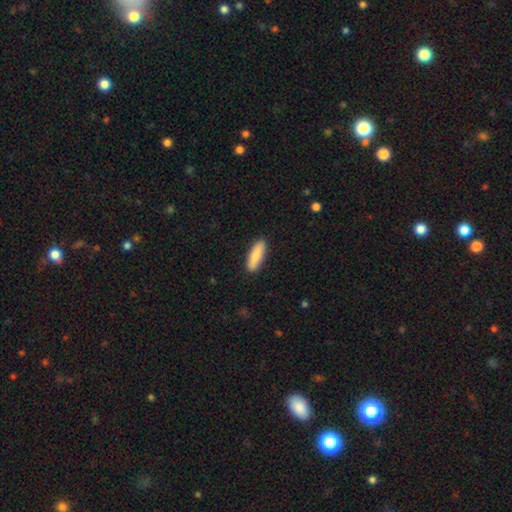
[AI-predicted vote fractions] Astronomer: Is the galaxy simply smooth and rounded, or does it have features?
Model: smooth — 84%.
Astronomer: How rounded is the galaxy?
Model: cigar-shaped — 52% (runner-up: in between, 47%).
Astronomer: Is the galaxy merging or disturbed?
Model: none — 89%.